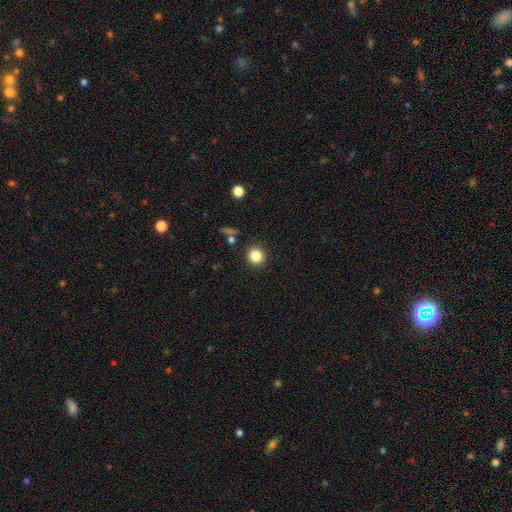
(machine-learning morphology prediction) smooth-or-featured: smooth: 84% | star or artifact: 11% | featured or disk: 5%
  how-rounded: round: 88% | in between: 11% | cigar-shaped: 1%
  merging: none: 90% | minor disturbance: 6% | merger: 2% | major disturbance: 2%